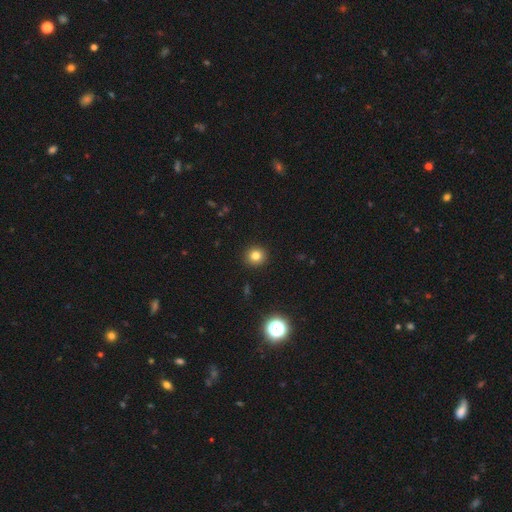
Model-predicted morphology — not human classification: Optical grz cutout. It shows a smooth galaxy with no disk features (80%) that is round (92%). Merging: none (92%).